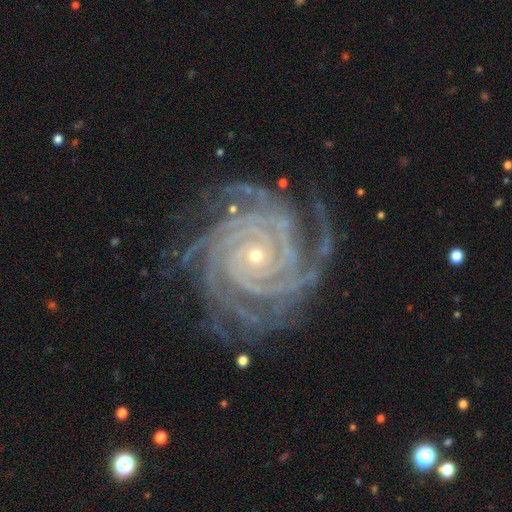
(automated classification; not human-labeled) The model was most divided on "spiral arm count" (2-way tie): 4: 26%, more than 4: 26%, 3: 15%, 2: 12%, can't tell: 12%, 1: 8%. More confident: spiral arms — yes (99%); edge-on disk — no (98%); smooth or featured — featured or disk (93%); spiral winding — tight (86%); bulge size — small (75%); bar — no (75%); merging — none (74%).